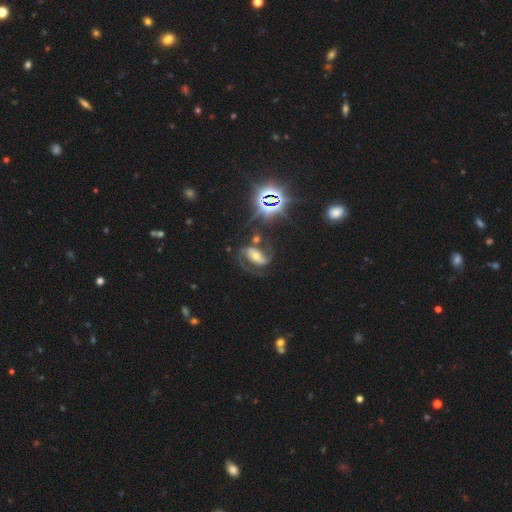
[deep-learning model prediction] Q: Smooth or featured?
A: featured or disk (73%); runner-up: star or artifact (17%)
Q: Edge-on disk?
A: no (96%); runner-up: yes (4%)
Q: Bar?
A: strong (40%); runner-up: no (32%)
Q: Spiral arms?
A: yes (91%); runner-up: no (9%)
Q: Spiral winding?
A: medium (51%); runner-up: loose (29%)
Q: Spiral arm count?
A: 2 (86%); runner-up: 1 (6%)
Q: Bulge size?
A: moderate (59%); runner-up: small (32%)
Q: Merging?
A: none (59%); runner-up: major disturbance (17%)